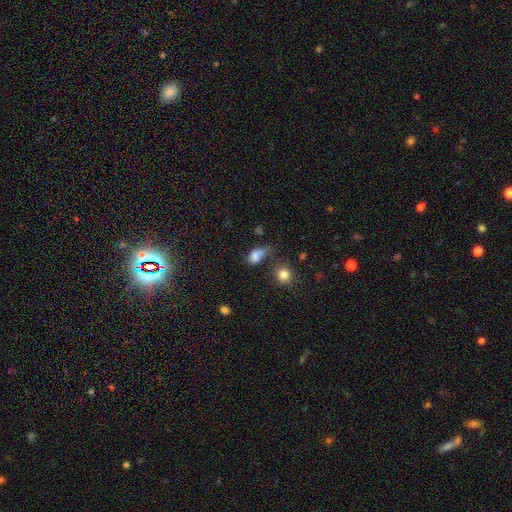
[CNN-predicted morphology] smooth 76%, star or artifact 13%, featured or disk 11%. Down the decision tree: how rounded — in between (73%); merging — major disturbance (29%).